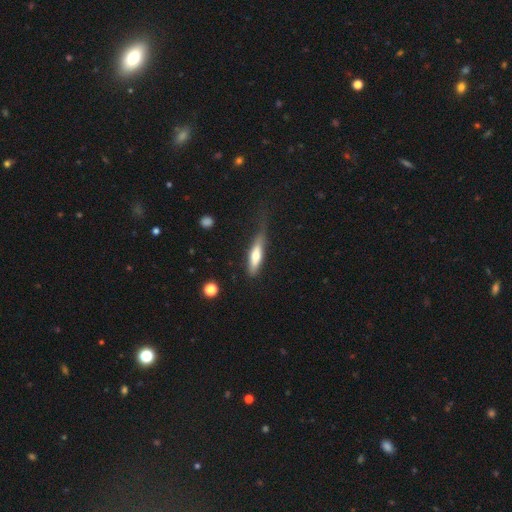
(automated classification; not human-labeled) This appears to be a smooth galaxy with no disk features (62%) that is cigar-shaped (72%). Merging: none (46%).